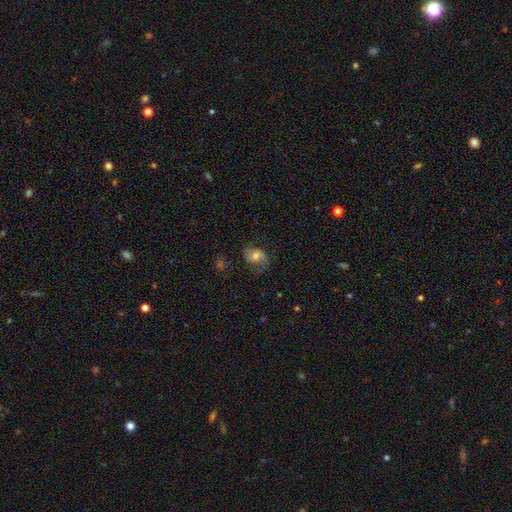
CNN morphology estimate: smooth-or-featured: featured or disk: 51% | smooth: 40% | star or artifact: 9%
  disk-edge-on: no: 96% | yes: 4%
  merging: none: 57% | minor disturbance: 22% | major disturbance: 19% | merger: 2%